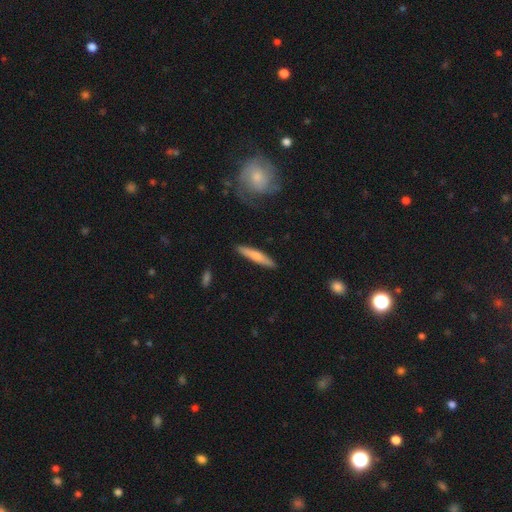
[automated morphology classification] Smooth or featured? Predicted: smooth (p=0.64). How rounded? Predicted: cigar-shaped (p=0.90). Merging? Predicted: none (p=0.88).